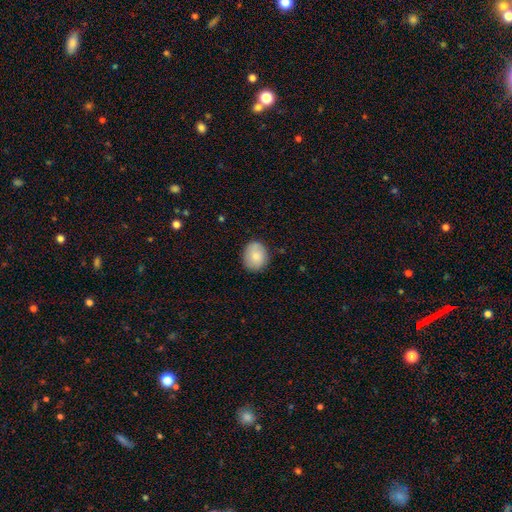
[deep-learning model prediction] Morphology: type=smooth (82%); roundness=round (65%); merging=none (84%).